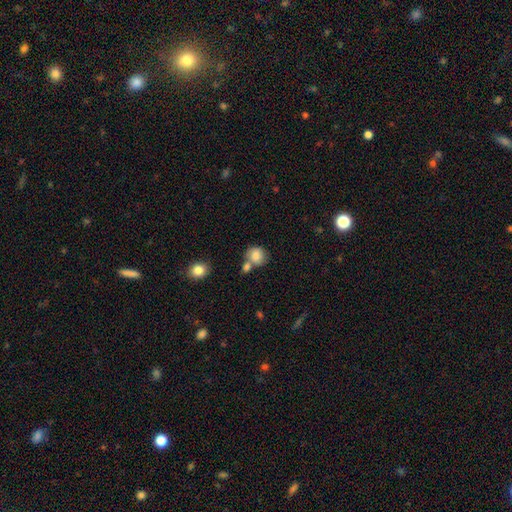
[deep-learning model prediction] A smooth galaxy with no disk features (83%) that is round (73%). Merging: none (49%).